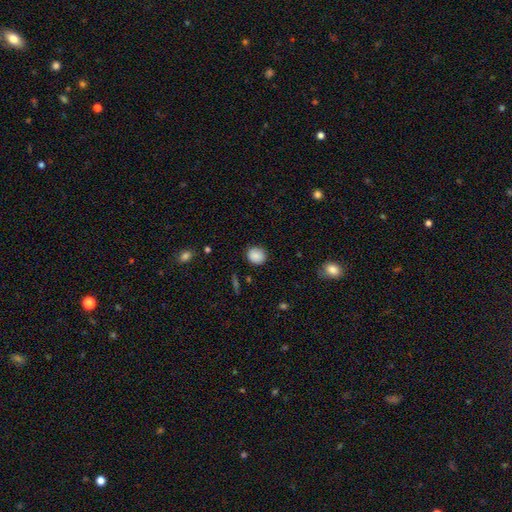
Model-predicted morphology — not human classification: A smooth galaxy with no disk features (87%) that is round (80%). Merging: none (87%).